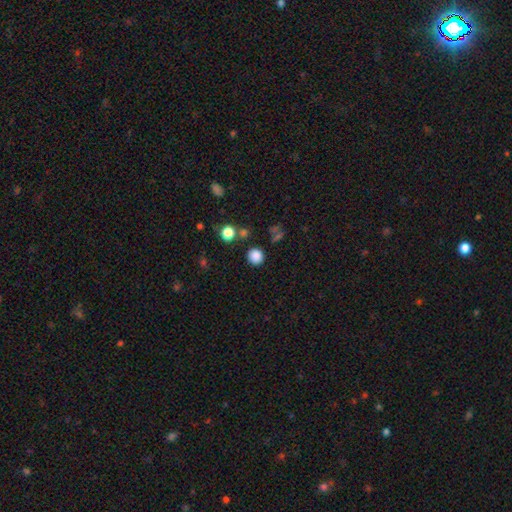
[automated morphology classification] A smooth galaxy with no disk features (83%) that is round (91%).

Vote fractions:
- Smooth or featured? smooth: 83% / star or artifact: 13% / featured or disk: 4%
- How rounded? round: 91% / in between: 8% / cigar-shaped: 1%
- Merging? none: 85% / minor disturbance: 8% / merger: 4% / major disturbance: 3%